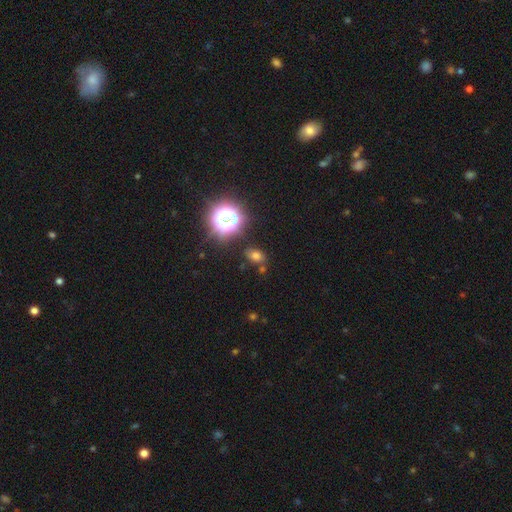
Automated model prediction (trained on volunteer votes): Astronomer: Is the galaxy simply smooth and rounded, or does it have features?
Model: smooth — 65%.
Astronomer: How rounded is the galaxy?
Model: in between — 69%.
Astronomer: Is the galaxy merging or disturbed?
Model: none — 78%.